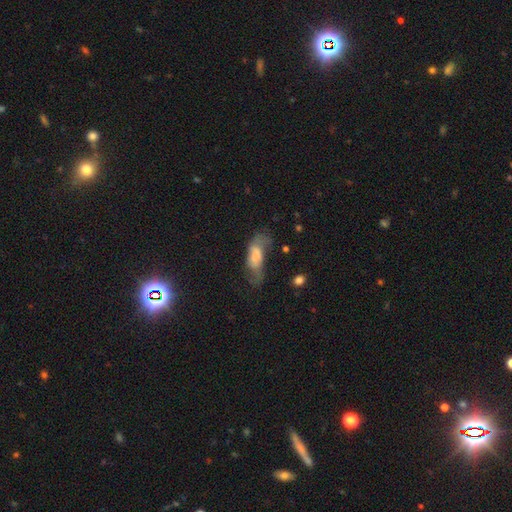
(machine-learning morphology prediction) Smooth or featured?
  - smooth: 59% *
  - featured or disk: 32%
  - star or artifact: 9%
How rounded?
  - in between: 77% *
  - cigar-shaped: 20%
  - round: 3%
Merging?
  - major disturbance: 41% *
  - none: 28%
  - minor disturbance: 27%
  - merger: 5%